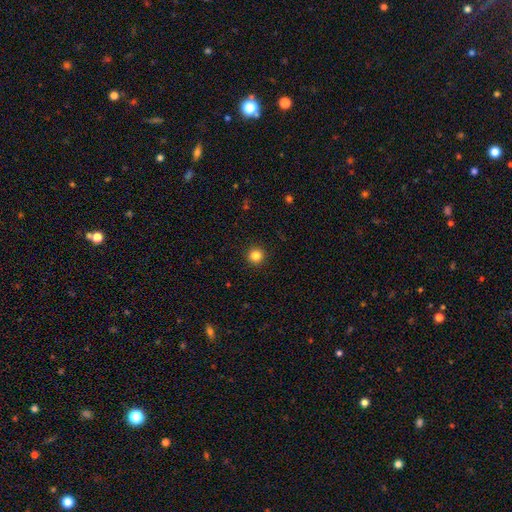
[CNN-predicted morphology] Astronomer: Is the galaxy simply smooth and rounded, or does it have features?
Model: smooth — 84%.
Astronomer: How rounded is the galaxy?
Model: round — 95%.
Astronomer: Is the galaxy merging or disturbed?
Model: none — 93%.